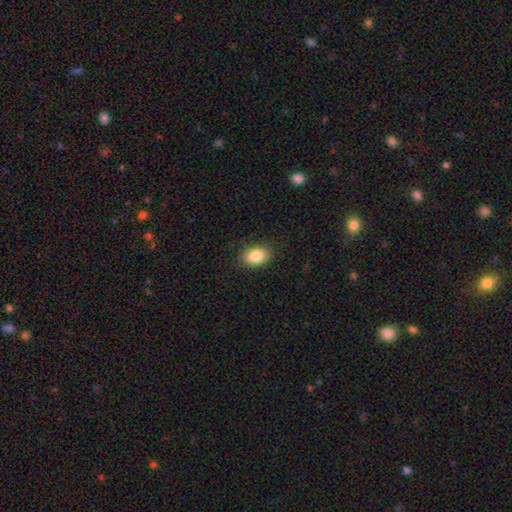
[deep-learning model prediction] Morphology: type=smooth (85%); roundness=in between (83%); merging=none (85%).